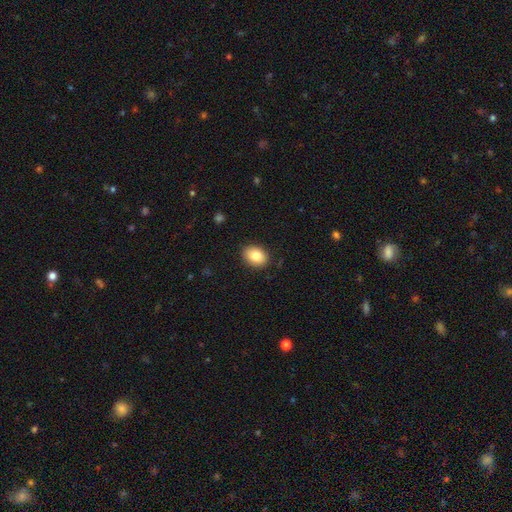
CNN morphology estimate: smooth_or_featured: smooth (p=0.84) [alt: featured or disk p=0.08]
how_rounded: in between (p=0.65) [alt: round p=0.34]
merging: none (p=0.88) [alt: minor disturbance p=0.09]